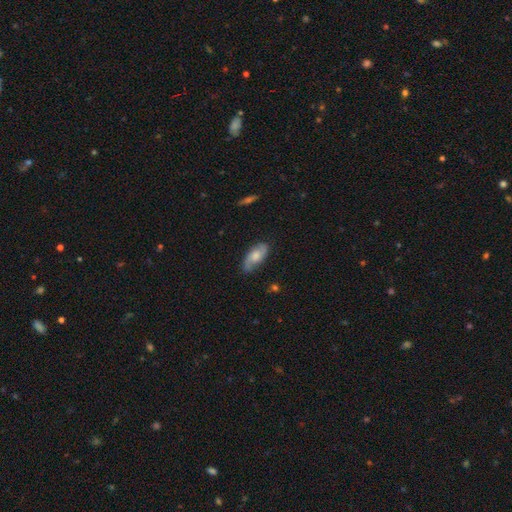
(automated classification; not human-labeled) Smooth or featured? Predicted: featured or disk (p=0.54). Edge-on disk? Predicted: no (p=0.91). Merging? Predicted: none (p=0.78).